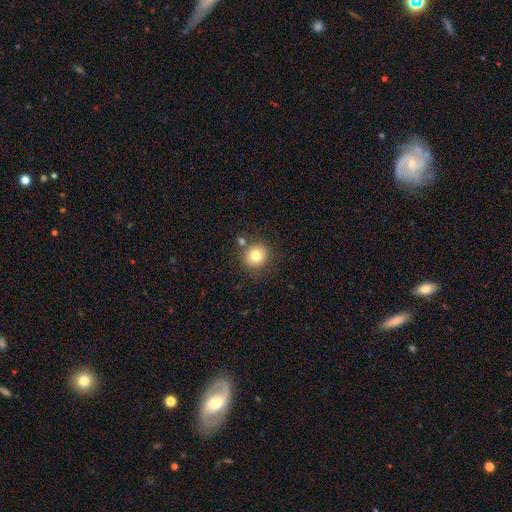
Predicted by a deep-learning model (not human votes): A smooth galaxy with no disk features (79%) that is round (90%). Merging: none (77%).